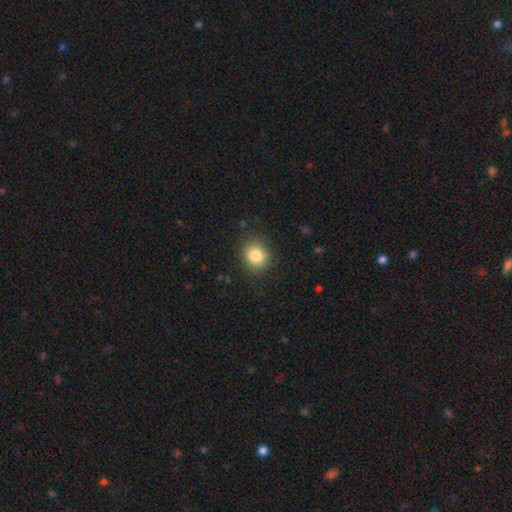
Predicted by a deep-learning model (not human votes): This is clearly a smooth galaxy (84%). How rounded: likely round (72%). Merging: clearly none (87%).